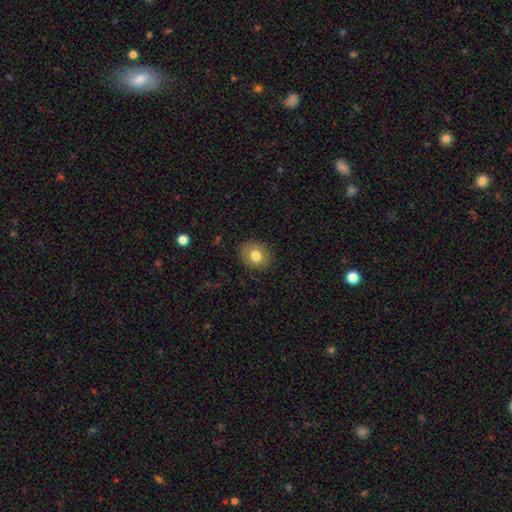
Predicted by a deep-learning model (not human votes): Morphology: type=smooth (78%); roundness=round (67%); merging=none (87%).